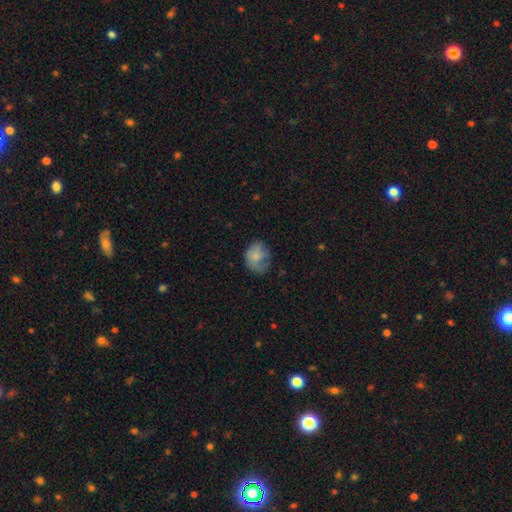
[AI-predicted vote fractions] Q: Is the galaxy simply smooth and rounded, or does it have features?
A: smooth — 69%.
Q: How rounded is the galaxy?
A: round — 61%.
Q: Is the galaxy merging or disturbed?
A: none — 51%.